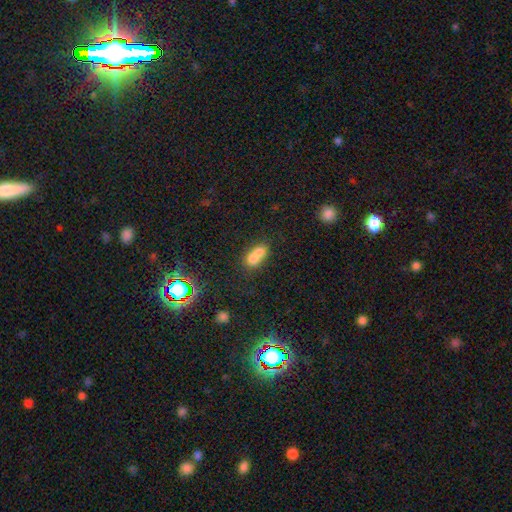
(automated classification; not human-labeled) This is likely a smooth galaxy (67%). How rounded: possibly in between (55%). Merging: likely merger (67%).